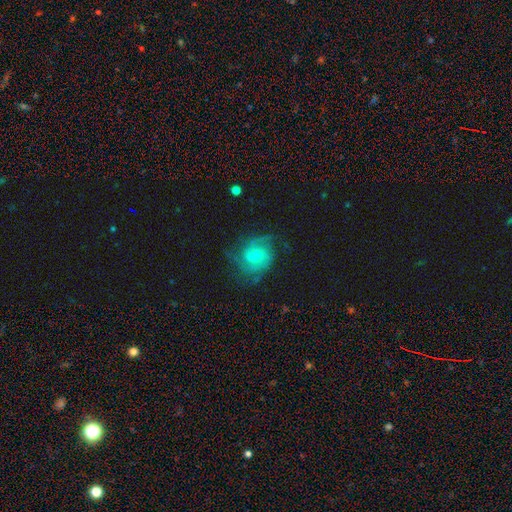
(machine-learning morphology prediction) smooth_or_featured: featured or disk (p=0.74) [alt: smooth p=0.19]
disk_edge_on: no (p=0.98) [alt: yes p=0.02]
bar: no (p=0.52) [alt: weak p=0.41]
has_spiral_arms: yes (p=0.91) [alt: no p=0.09]
spiral_winding: medium (p=0.48) [alt: tight p=0.30]
spiral_arm_count: 2 (p=0.44) [alt: can't tell p=0.22]
bulge_size: small (p=0.52) [alt: moderate p=0.42]
merging: none (p=0.62) [alt: minor disturbance p=0.22]